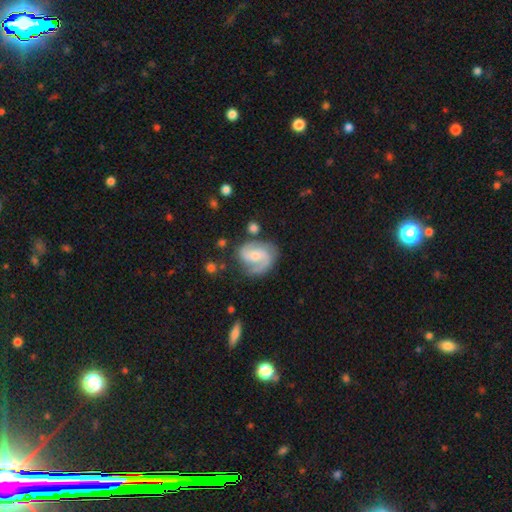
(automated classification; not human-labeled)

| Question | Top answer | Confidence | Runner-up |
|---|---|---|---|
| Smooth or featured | featured or disk | 81% | smooth (14%) |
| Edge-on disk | no | 98% | yes (2%) |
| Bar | no | 50% | weak (40%) |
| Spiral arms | yes | 96% | no (4%) |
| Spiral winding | medium | 50% | tight (31%) |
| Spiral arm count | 2 | 78% | 1 (9%) |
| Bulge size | small | 58% | moderate (34%) |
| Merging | none | 68% | minor disturbance (19%) |